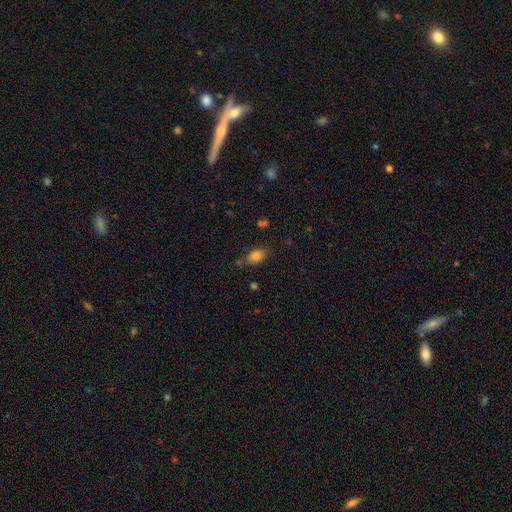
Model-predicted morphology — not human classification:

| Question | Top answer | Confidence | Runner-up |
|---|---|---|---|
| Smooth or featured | smooth | 81% | star or artifact (10%) |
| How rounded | in between | 86% | round (9%) |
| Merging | none | 72% | minor disturbance (18%) |